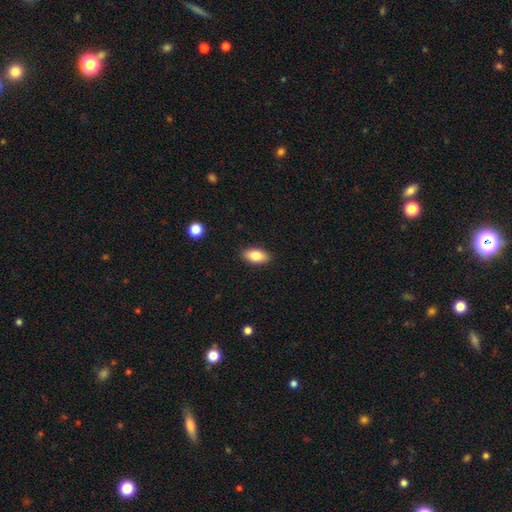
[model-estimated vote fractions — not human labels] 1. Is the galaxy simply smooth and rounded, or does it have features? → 81% smooth, 11% featured or disk, 7% star or artifact.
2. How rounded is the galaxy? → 90% in between, 6% cigar-shaped, 4% round.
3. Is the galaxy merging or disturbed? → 89% none, 8% minor disturbance, 2% major disturbance, 1% merger.